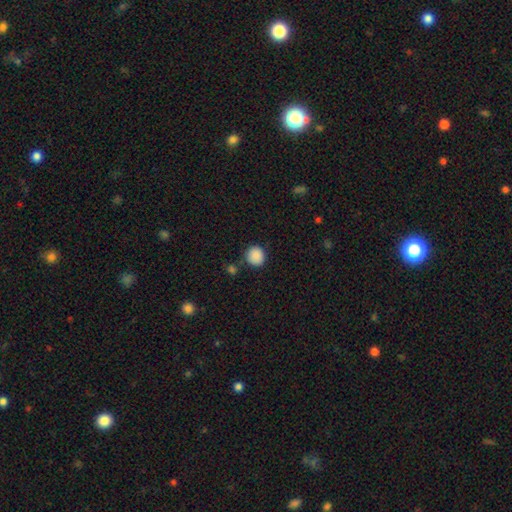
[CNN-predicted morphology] smooth_or_featured: smooth (p=0.88) [alt: star or artifact p=0.09]
how_rounded: round (p=0.86) [alt: in between p=0.13]
merging: none (p=0.82) [alt: minor disturbance p=0.11]